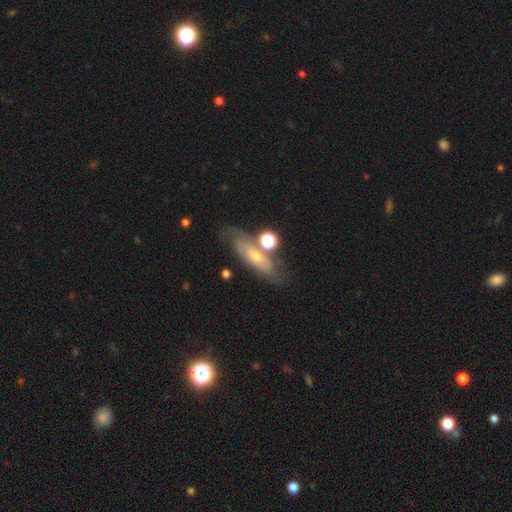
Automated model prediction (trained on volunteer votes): The model was most divided on "smooth or featured": featured or disk: 51%, smooth: 39%, star or artifact: 10%. More confident: edge-on disk — no (65%); merging — none (59%).